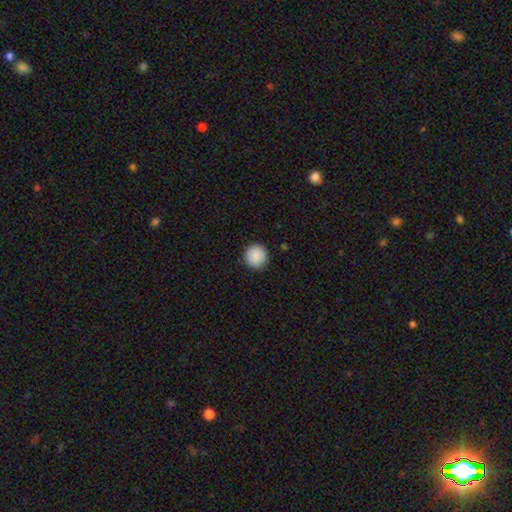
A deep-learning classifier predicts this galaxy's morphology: This appears to be a smooth galaxy with no disk features (90%) that is round (95%). Merging: none (92%).